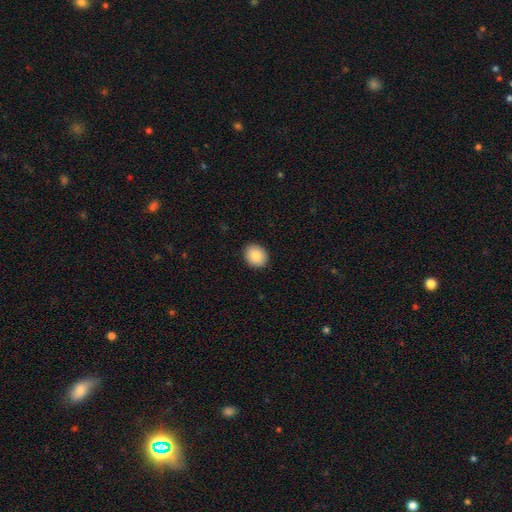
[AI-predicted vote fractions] Smooth or featured: smooth — 88% (star or artifact — 7%)
How rounded: round — 61% (in between — 38%)
Merging: none — 91% (minor disturbance — 7%)